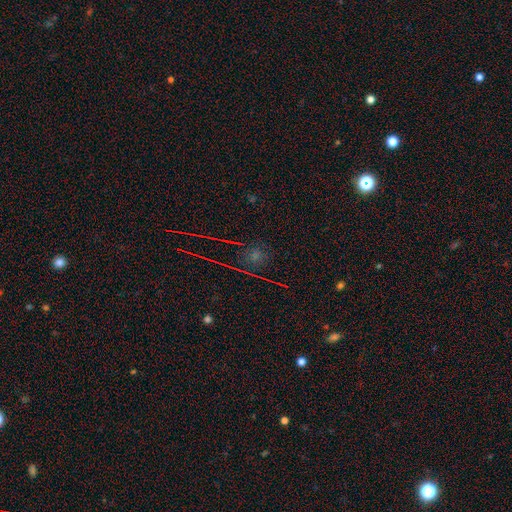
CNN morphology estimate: A star or artifact, not a galaxy (57%).

Vote fractions:
- Smooth or featured? star or artifact: 57% / smooth: 28% / featured or disk: 15%